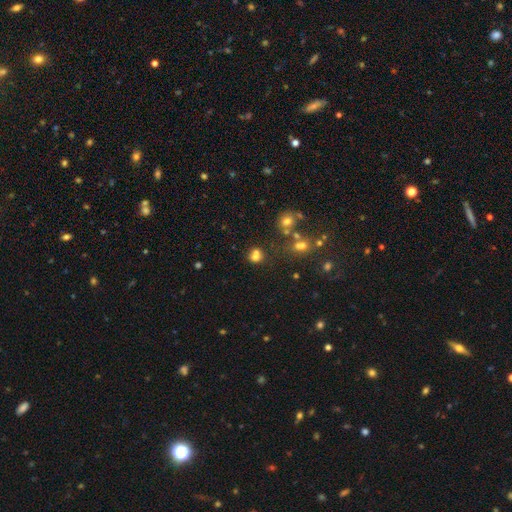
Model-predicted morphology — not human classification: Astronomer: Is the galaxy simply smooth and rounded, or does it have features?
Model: smooth — 68%.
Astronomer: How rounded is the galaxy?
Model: round — 73%.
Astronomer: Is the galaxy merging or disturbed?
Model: none — 47% (runner-up: merger, 37%).